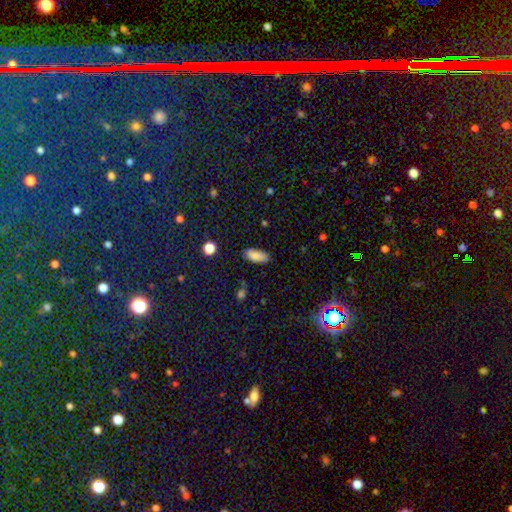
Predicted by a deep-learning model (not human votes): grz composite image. It shows a smooth galaxy with no disk features (86%) that is in between round and cigar-shaped (87%). Merging: none (85%).